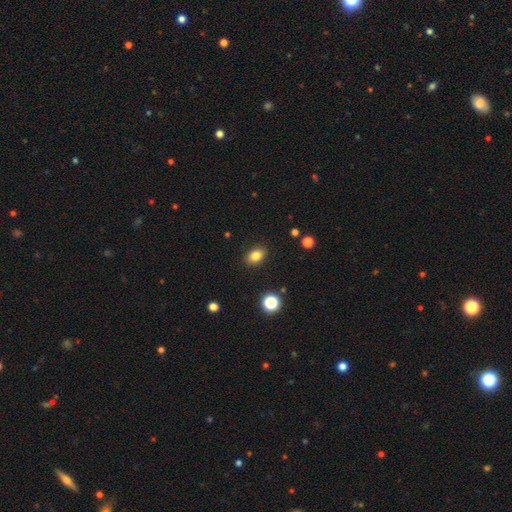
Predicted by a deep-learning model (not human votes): The model was most divided on "how rounded": in between: 75%, round: 24%, cigar-shaped: 1%. More confident: merging — none (88%); smooth or featured — smooth (82%).